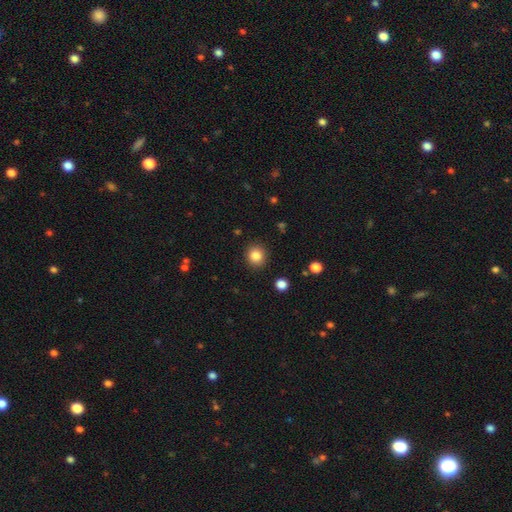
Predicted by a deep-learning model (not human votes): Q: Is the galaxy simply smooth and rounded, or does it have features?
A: smooth — 85%.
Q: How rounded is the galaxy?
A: round — 86%.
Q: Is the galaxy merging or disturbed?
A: none — 90%.